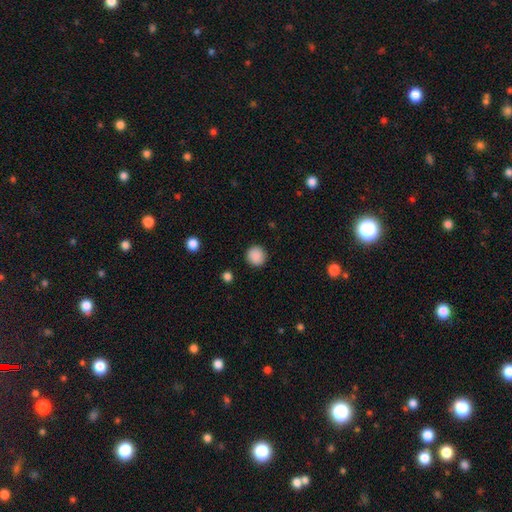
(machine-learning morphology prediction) type=smooth (89%); roundness=round (92%); merging=none (90%).